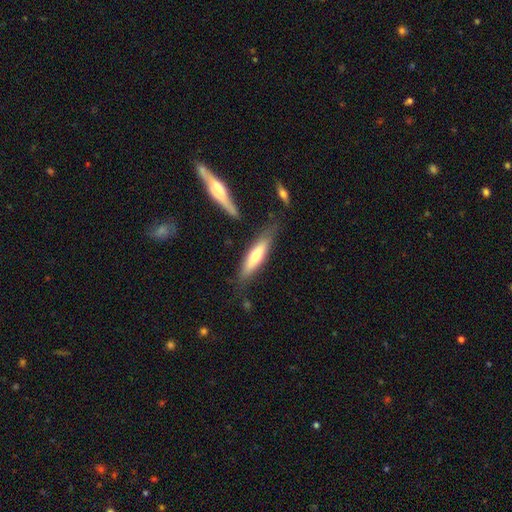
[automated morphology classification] Smooth or featured? Predicted: smooth (p=0.59). How rounded? Predicted: cigar-shaped (p=0.74). Merging? Predicted: none (p=0.75).